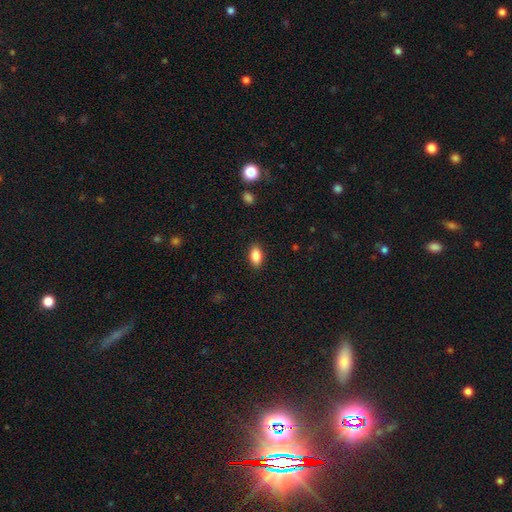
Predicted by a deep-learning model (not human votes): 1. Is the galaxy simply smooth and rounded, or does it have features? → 87% smooth, 8% star or artifact, 6% featured or disk.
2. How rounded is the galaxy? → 91% in between, 5% round, 4% cigar-shaped.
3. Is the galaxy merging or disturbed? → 89% none, 8% minor disturbance, 2% major disturbance, 1% merger.